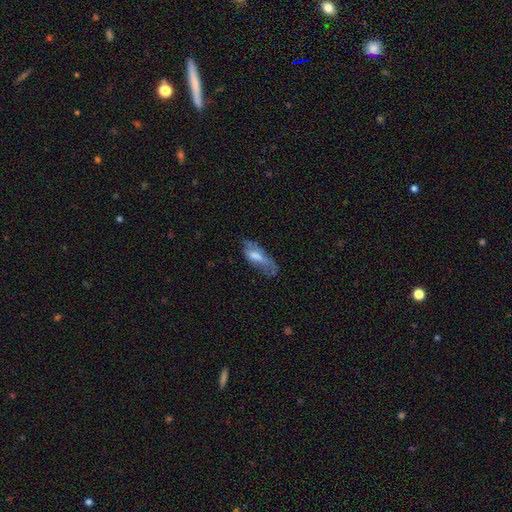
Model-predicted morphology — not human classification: Q: Smooth or featured?
A: smooth (51%); runner-up: featured or disk (41%)
Q: How rounded?
A: in between (63%); runner-up: cigar-shaped (35%)
Q: Merging?
A: none (43%); runner-up: minor disturbance (31%)